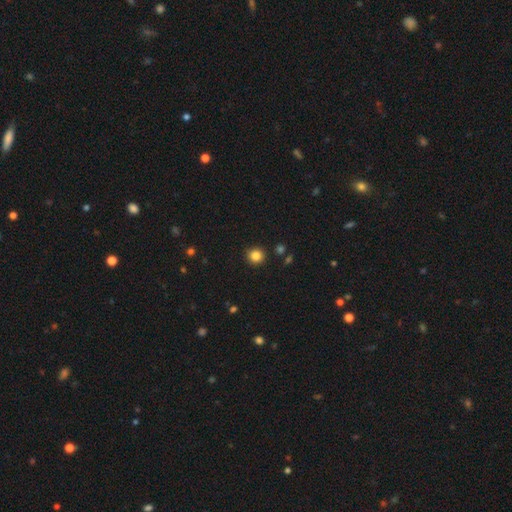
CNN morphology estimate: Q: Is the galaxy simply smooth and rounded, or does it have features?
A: smooth — 84%.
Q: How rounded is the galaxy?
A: round — 90%.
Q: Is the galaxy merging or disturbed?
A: none — 90%.